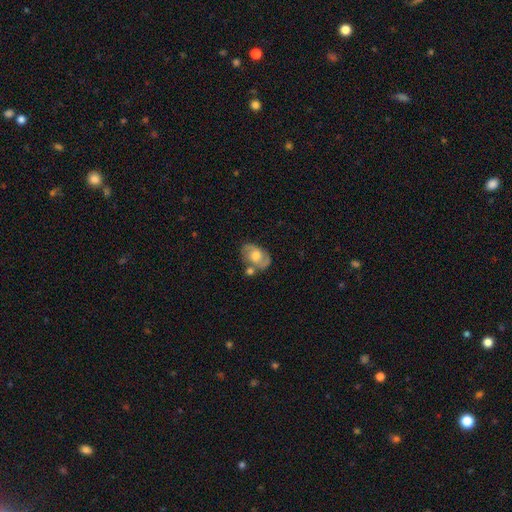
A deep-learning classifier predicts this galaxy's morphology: smooth_or_featured: featured or disk (p=0.56) [alt: smooth p=0.37]
disk_edge_on: no (p=0.95) [alt: yes p=0.05]
bar: no (p=0.65) [alt: weak p=0.29]
has_spiral_arms: yes (p=0.72) [alt: no p=0.28]
bulge_size: moderate (p=0.56) [alt: large p=0.27]
merging: none (p=0.57) [alt: minor disturbance p=0.19]